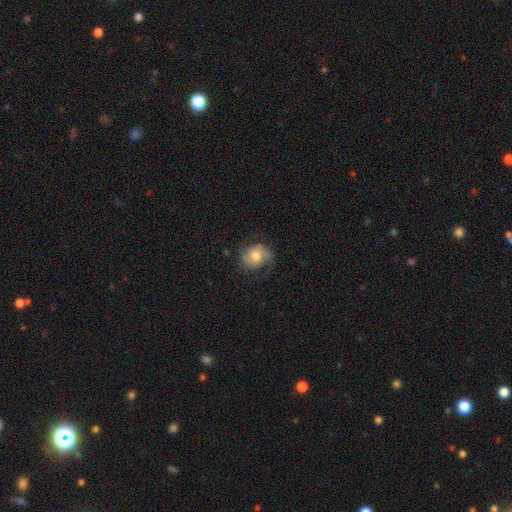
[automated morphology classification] Smooth or featured: featured or disk — 51% (smooth — 41%)
Edge-on disk: no — 97% (yes — 3%)
Merging: none — 55% (minor disturbance — 23%)